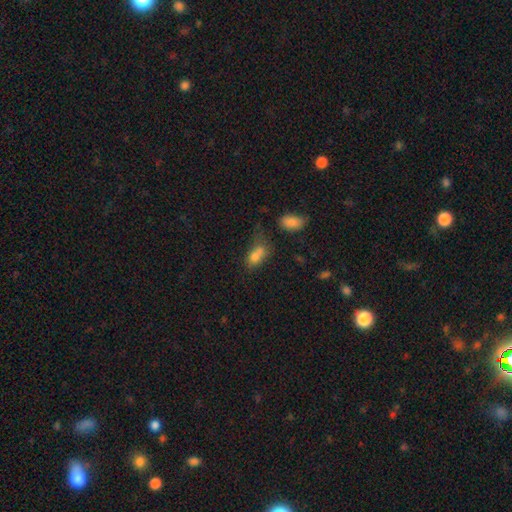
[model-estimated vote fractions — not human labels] smooth_or_featured: smooth (p=0.75) [alt: featured or disk p=0.13]
how_rounded: in between (p=0.77) [alt: round p=0.17]
merging: merger (p=0.41) [alt: none p=0.27]